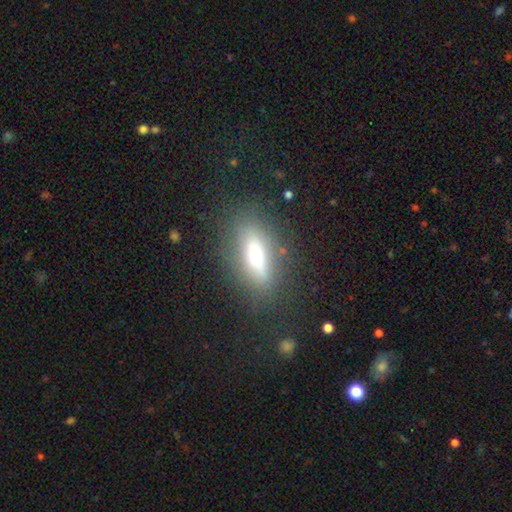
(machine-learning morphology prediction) The model was most divided on "smooth or featured": smooth: 49%, featured or disk: 41%, star or artifact: 11%. More confident: merging — none (82%).